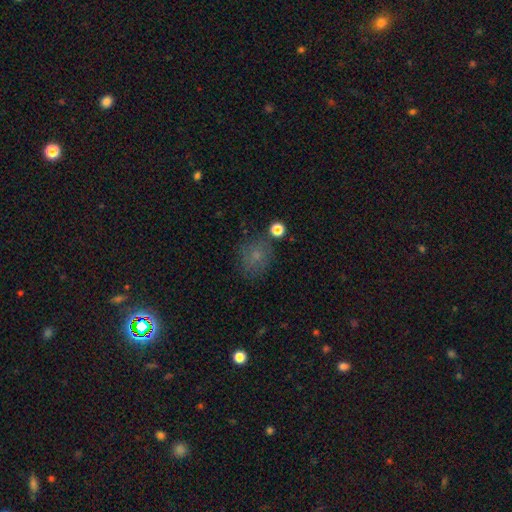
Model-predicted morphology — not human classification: This is likely a smooth galaxy (65%). How rounded: likely round (66%). Merging: likely none (68%).